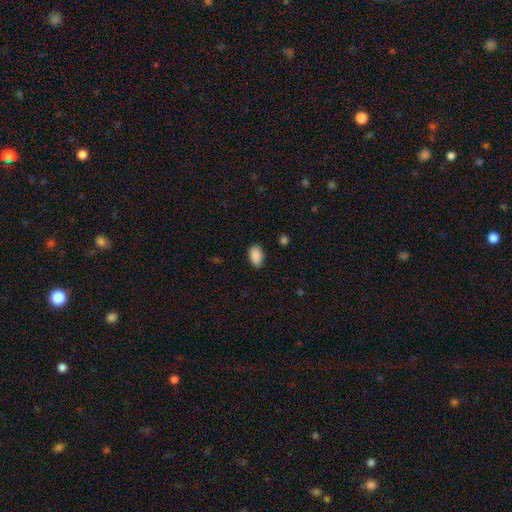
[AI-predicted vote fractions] This appears to be a smooth galaxy with no disk features (90%) that is in between round and cigar-shaped (91%). Merging: none (86%).